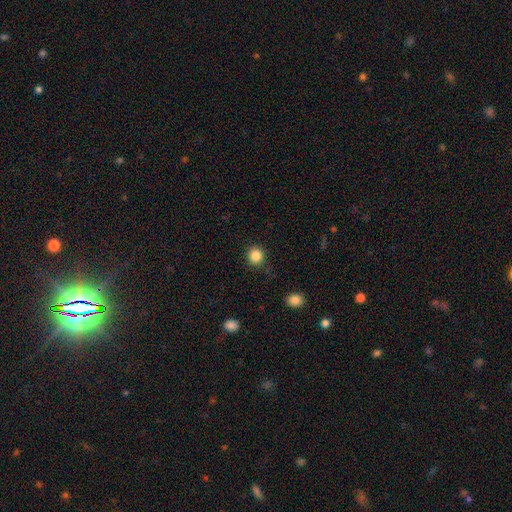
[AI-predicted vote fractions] The model was most divided on "smooth or featured": smooth: 86%, star or artifact: 11%, featured or disk: 4%. More confident: how rounded — round (91%); merging — none (88%).